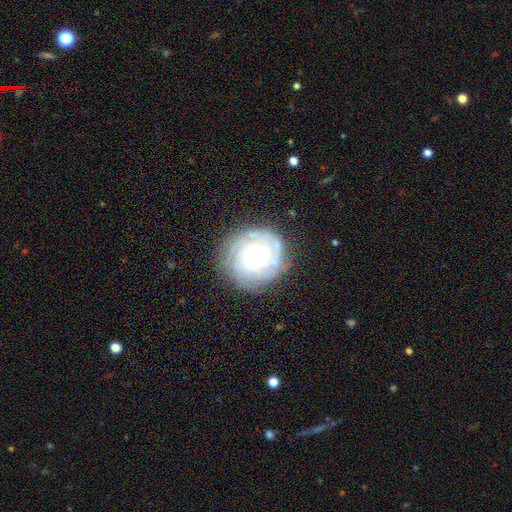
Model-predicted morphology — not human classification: featured or disk 77%, smooth 16%, star or artifact 8%. Down the decision tree: edge-on disk — no (98%); bar — no (81%); spiral arms — yes (94%); spiral arm count — can't tell (39%); spiral winding — tight (83%); bulge size — moderate (53%); merging — none (83%).